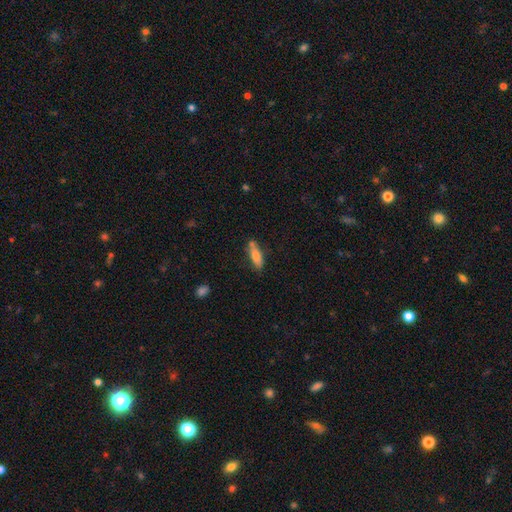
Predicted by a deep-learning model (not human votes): Morphology: type=smooth (72%); roundness=cigar-shaped (56%); merging=none (65%).